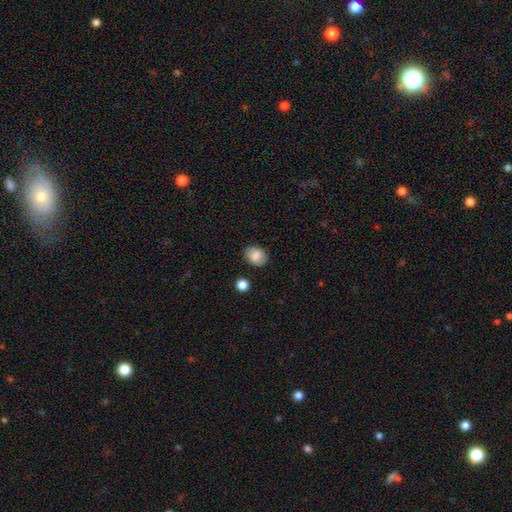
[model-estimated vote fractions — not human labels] Smooth or featured? Predicted: smooth (p=0.83). How rounded? Predicted: in between (p=0.66). Merging? Predicted: none (p=0.85).